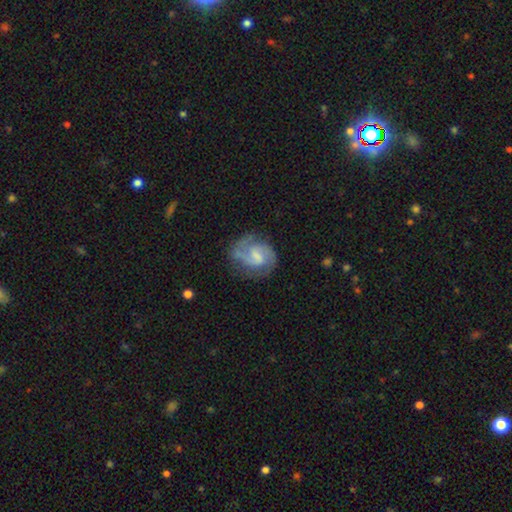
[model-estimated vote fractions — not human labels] Smooth or featured? Predicted: featured or disk (p=0.77). Edge-on disk? Predicted: no (p=0.98). Bar? Predicted: weak (p=0.57). Spiral arms? Predicted: yes (p=0.94). Spiral winding? Predicted: medium (p=0.51). Spiral arm count? Predicted: 2 (p=0.79). Bulge size? Predicted: small (p=0.34). Merging? Predicted: none (p=0.66).